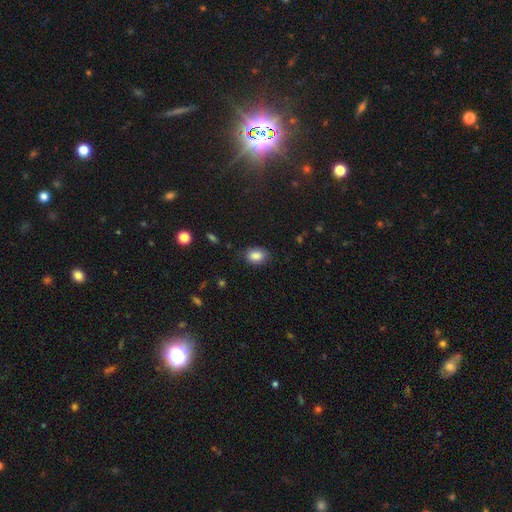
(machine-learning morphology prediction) Smooth or featured? Predicted: smooth (p=0.86). How rounded? Predicted: in between (p=0.81). Merging? Predicted: none (p=0.79).